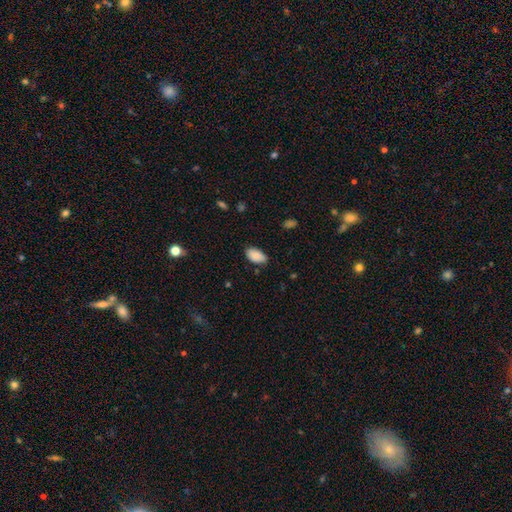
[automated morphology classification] type=smooth (89%); roundness=in between (94%); merging=none (80%).